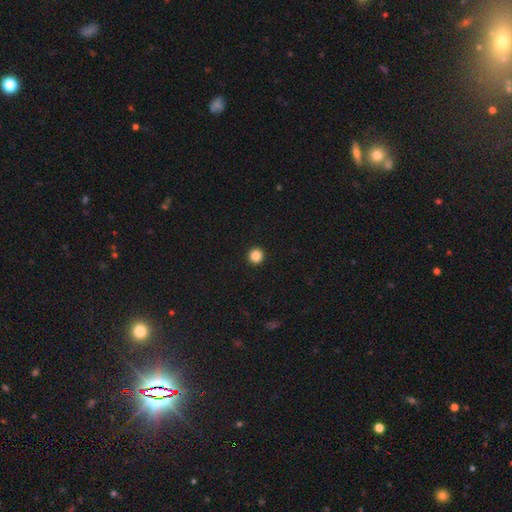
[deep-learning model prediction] Smooth or featured? Predicted: smooth (p=0.86). How rounded? Predicted: round (p=0.95). Merging? Predicted: none (p=0.94).